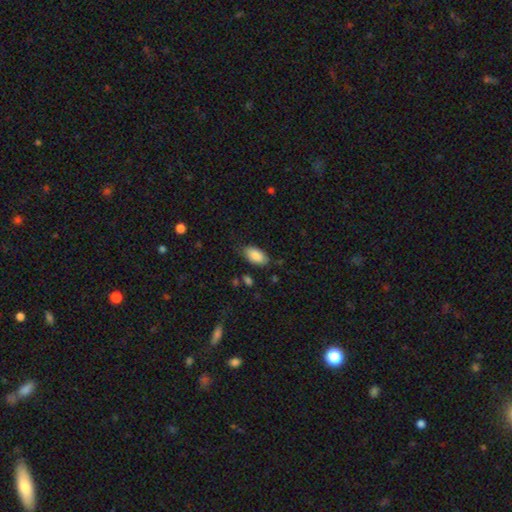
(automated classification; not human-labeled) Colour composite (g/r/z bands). It shows a smooth galaxy with no disk features (87%) that is in between round and cigar-shaped (94%). Merging: none (79%).